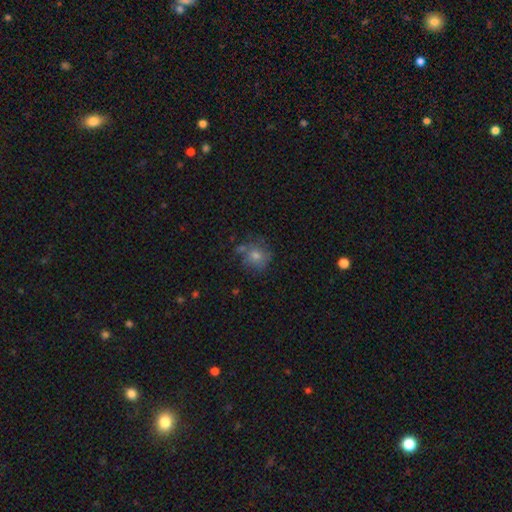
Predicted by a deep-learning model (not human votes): smooth-or-featured: smooth: 63% | featured or disk: 21% | star or artifact: 16%
  how-rounded: round: 85% | in between: 14% | cigar-shaped: 1%
  merging: none: 67% | minor disturbance: 19% | major disturbance: 7% | merger: 7%